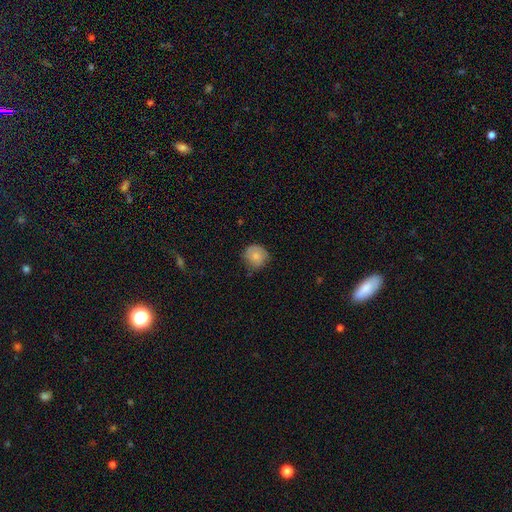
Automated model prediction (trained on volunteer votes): Smooth or featured?
  - smooth: 79% *
  - featured or disk: 13%
  - star or artifact: 8%
How rounded?
  - round: 87% *
  - in between: 12%
  - cigar-shaped: 1%
Merging?
  - none: 66% *
  - minor disturbance: 27%
  - major disturbance: 5%
  - merger: 2%